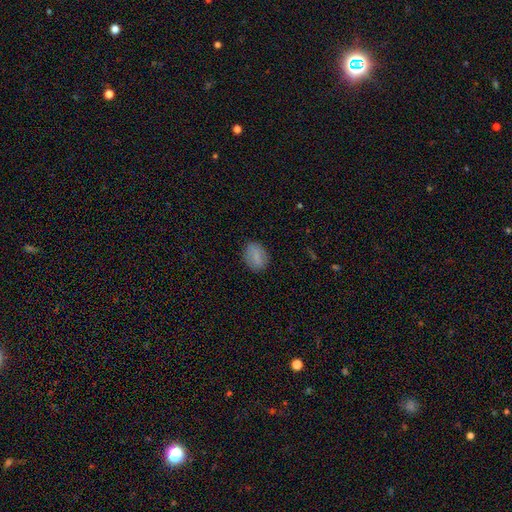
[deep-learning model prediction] The model was most divided on "how rounded": in between: 69%, round: 29%, cigar-shaped: 2%. More confident: merging — none (84%); smooth or featured — smooth (77%).